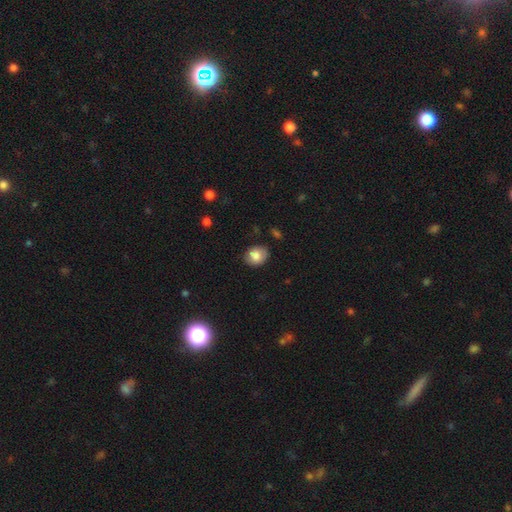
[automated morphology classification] smooth-or-featured: smooth: 82% | featured or disk: 10% | star or artifact: 8%
  how-rounded: in between: 53% | round: 46% | cigar-shaped: 1%
  merging: none: 80% | minor disturbance: 15% | major disturbance: 3% | merger: 2%